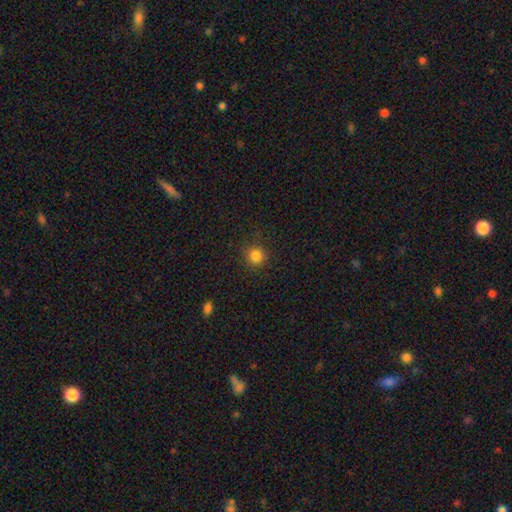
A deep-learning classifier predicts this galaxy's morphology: This appears to be a smooth galaxy with no disk features (83%) that is round (93%). Merging: none (88%).